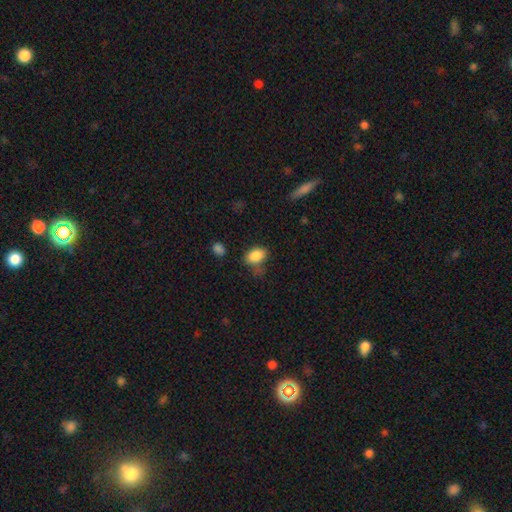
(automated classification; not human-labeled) smooth_or_featured: smooth (p=0.86) [alt: star or artifact p=0.09]
how_rounded: in between (p=0.83) [alt: round p=0.15]
merging: none (p=0.60) [alt: minor disturbance p=0.26]